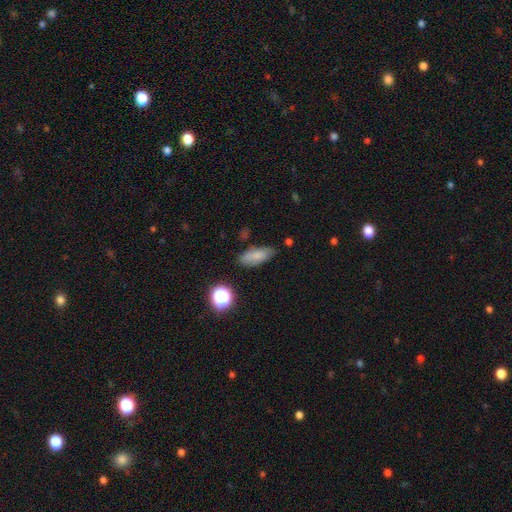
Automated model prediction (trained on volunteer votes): Smooth or featured: smooth — 75% (featured or disk — 14%)
How rounded: in between — 76% (cigar-shaped — 19%)
Merging: none — 73% (minor disturbance — 20%)